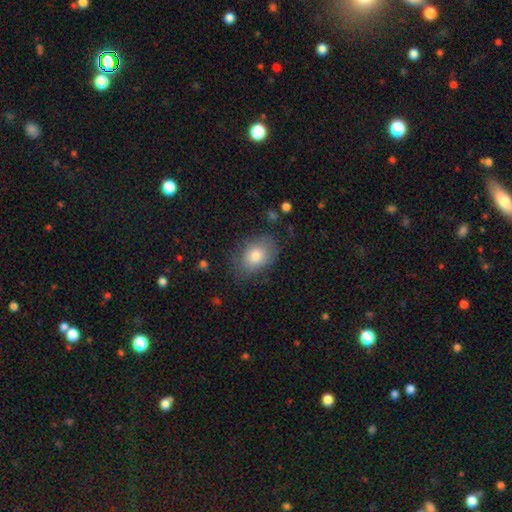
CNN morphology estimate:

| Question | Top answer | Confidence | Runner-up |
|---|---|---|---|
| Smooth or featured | smooth | 77% | featured or disk (15%) |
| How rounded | in between | 72% | round (27%) |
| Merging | none | 72% | minor disturbance (20%) |